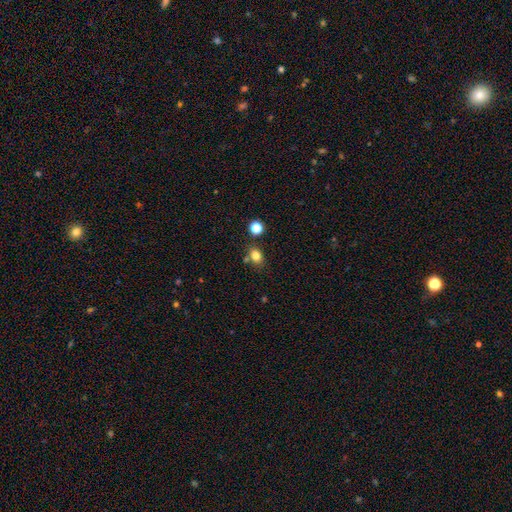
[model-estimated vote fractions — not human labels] A smooth galaxy with no disk features (80%) that is in between round and cigar-shaped (58%). Merging: none (69%).